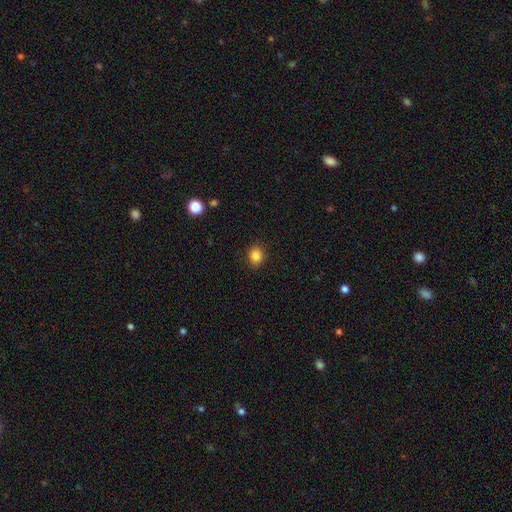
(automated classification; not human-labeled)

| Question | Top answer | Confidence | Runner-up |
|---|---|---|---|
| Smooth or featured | smooth | 85% | star or artifact (11%) |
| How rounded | round | 70% | in between (29%) |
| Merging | none | 90% | minor disturbance (7%) |